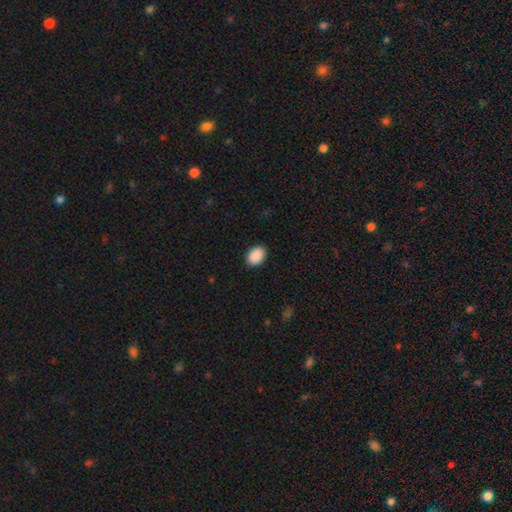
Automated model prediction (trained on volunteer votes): smooth_or_featured: smooth (p=0.91) [alt: star or artifact p=0.07]
how_rounded: in between (p=0.80) [alt: round p=0.19]
merging: none (p=0.90) [alt: minor disturbance p=0.07]